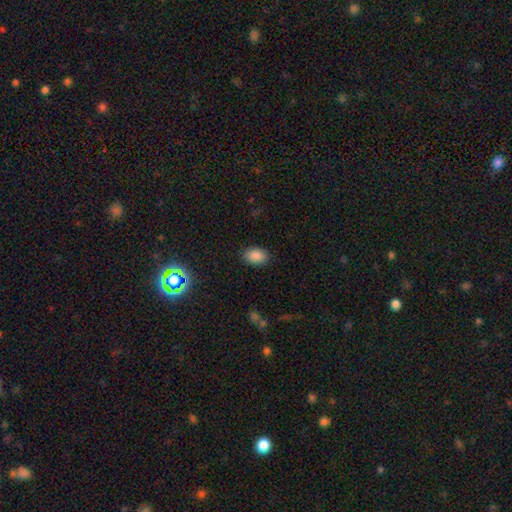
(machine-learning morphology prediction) smooth_or_featured: smooth (p=0.86) [alt: star or artifact p=0.10]
how_rounded: in between (p=0.84) [alt: round p=0.15]
merging: none (p=0.87) [alt: minor disturbance p=0.10]